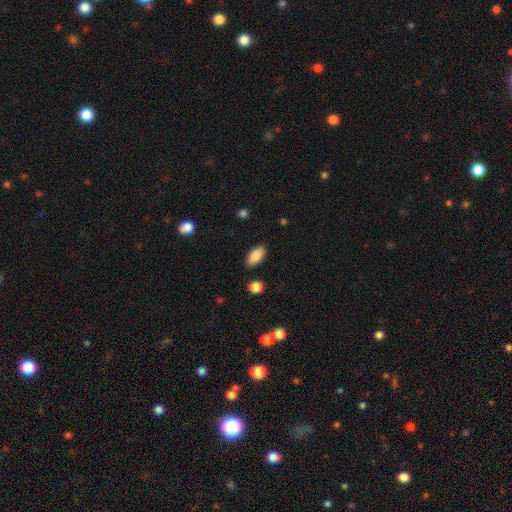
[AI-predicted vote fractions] This appears to be a smooth galaxy with no disk features (86%) that is in between round and cigar-shaped (92%). Merging: none (86%).